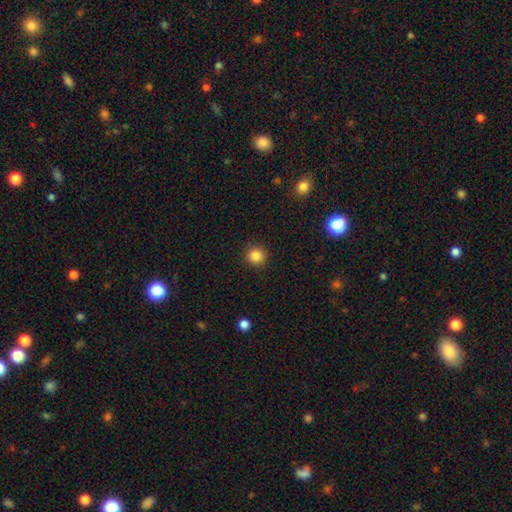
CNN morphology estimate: type=smooth (85%); roundness=round (94%); merging=none (91%).